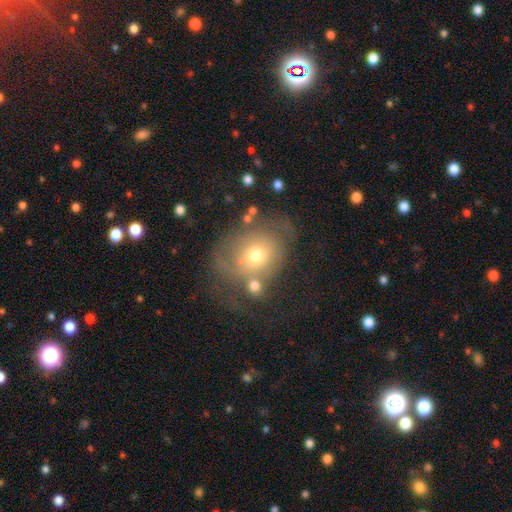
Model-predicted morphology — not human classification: Q: Smooth or featured?
A: smooth (50%); runner-up: featured or disk (39%)
Q: Merging?
A: none (42%); runner-up: major disturbance (24%)